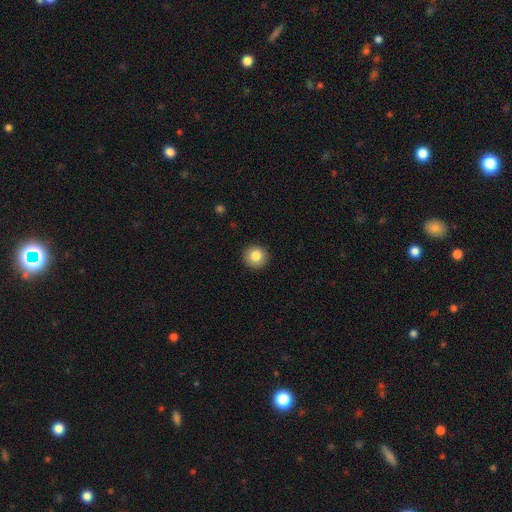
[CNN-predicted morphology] Smooth or featured? Predicted: smooth (p=0.84). How rounded? Predicted: round (p=0.93). Merging? Predicted: none (p=0.92).